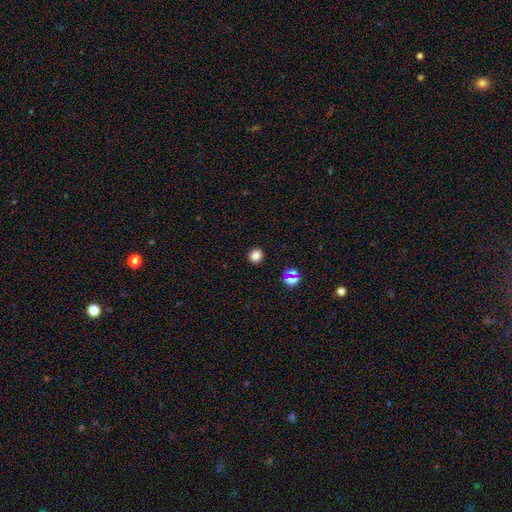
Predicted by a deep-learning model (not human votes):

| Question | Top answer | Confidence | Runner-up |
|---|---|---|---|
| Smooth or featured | smooth | 82% | star or artifact (14%) |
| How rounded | round | 89% | in between (10%) |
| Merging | none | 92% | minor disturbance (5%) |